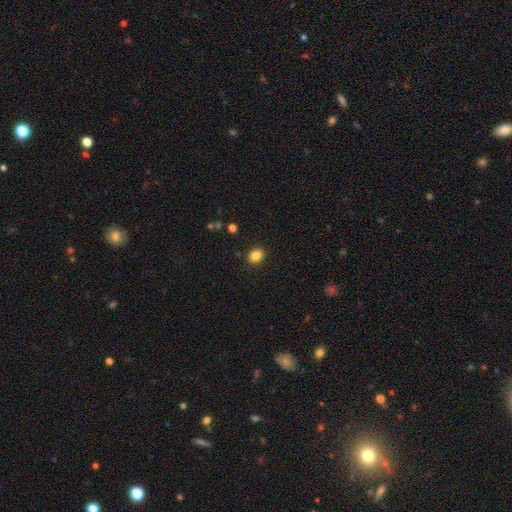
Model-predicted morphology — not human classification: A smooth galaxy with no disk features (85%) that is in between round and cigar-shaped (51%).

Vote fractions:
- Smooth or featured? smooth: 85% / star or artifact: 10% / featured or disk: 5%
- How rounded? in between: 51% / round: 48% / cigar-shaped: 1%
- Merging? none: 89% / minor disturbance: 7% / major disturbance: 2% / merger: 1%